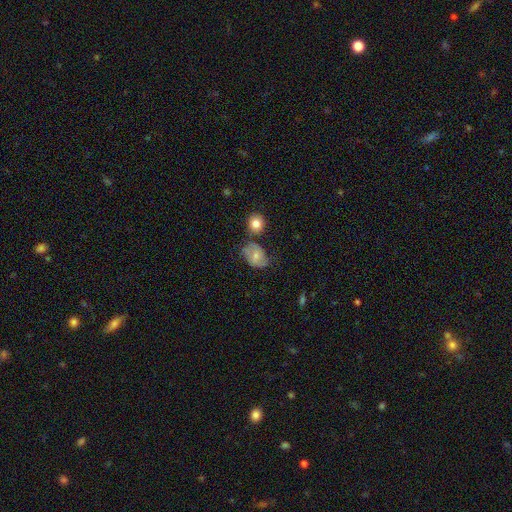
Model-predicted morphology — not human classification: Smooth or featured? Predicted: smooth (p=0.53). How rounded? Predicted: in between (p=0.63). Merging? Predicted: none (p=0.48).